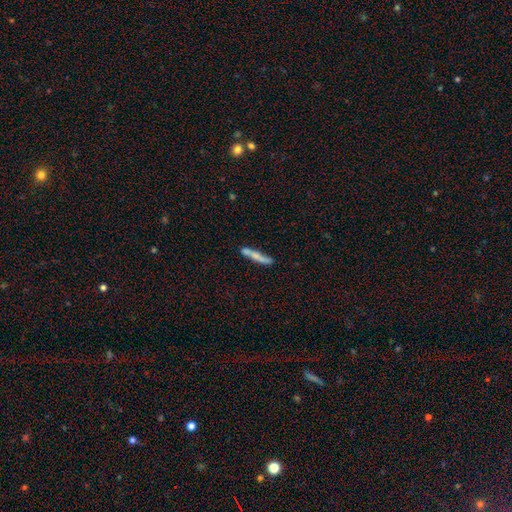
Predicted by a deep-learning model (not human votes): Overall: smooth (59%; featured or disk 35%). How rounded: cigar-shaped (90%). Merging: none (61%).